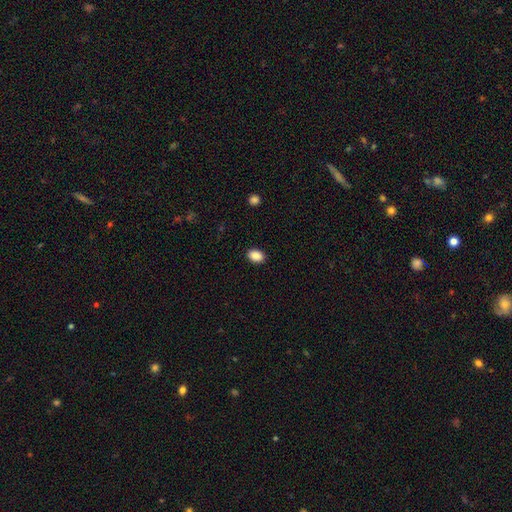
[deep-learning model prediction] smooth_or_featured: smooth (p=0.89) [alt: star or artifact p=0.08]
how_rounded: in between (p=0.75) [alt: round p=0.24]
merging: none (p=0.90) [alt: minor disturbance p=0.08]